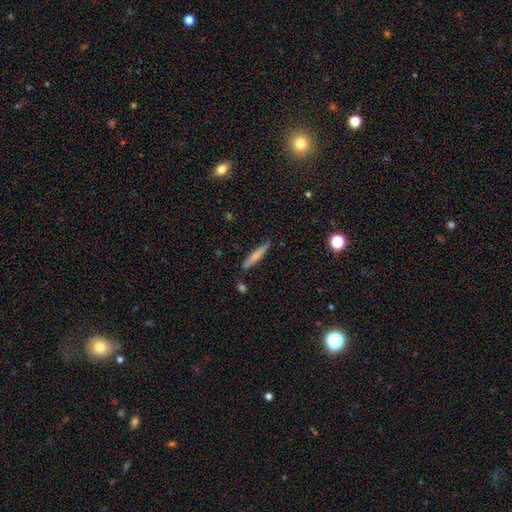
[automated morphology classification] type=smooth (62%); roundness=cigar-shaped (93%); merging=none (85%).